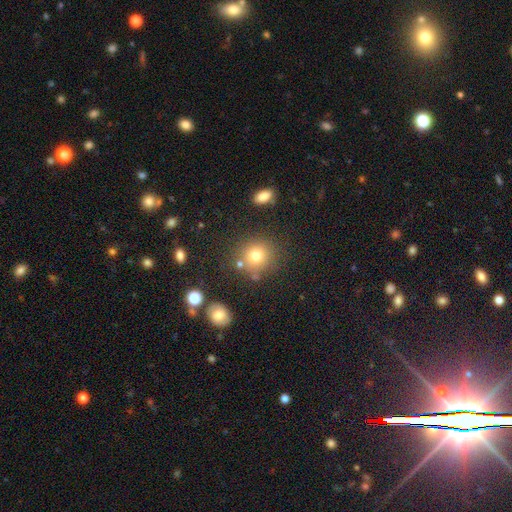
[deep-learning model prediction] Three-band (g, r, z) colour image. It shows a smooth galaxy with no disk features (76%) that is round (87%). Merging: none (77%).